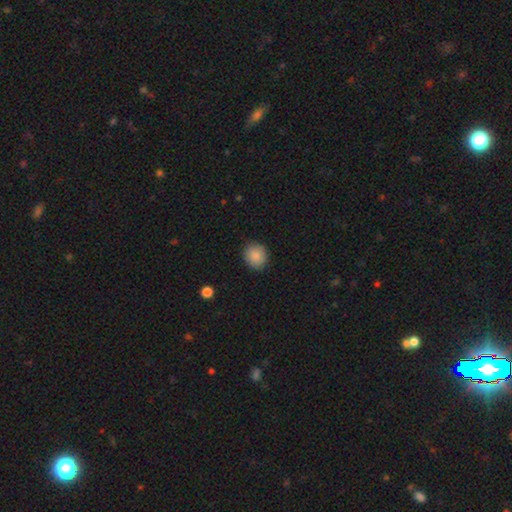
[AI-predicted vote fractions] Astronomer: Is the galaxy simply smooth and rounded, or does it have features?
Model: smooth — 87%.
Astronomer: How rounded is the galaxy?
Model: round — 76%.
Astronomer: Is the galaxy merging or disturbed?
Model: none — 88%.